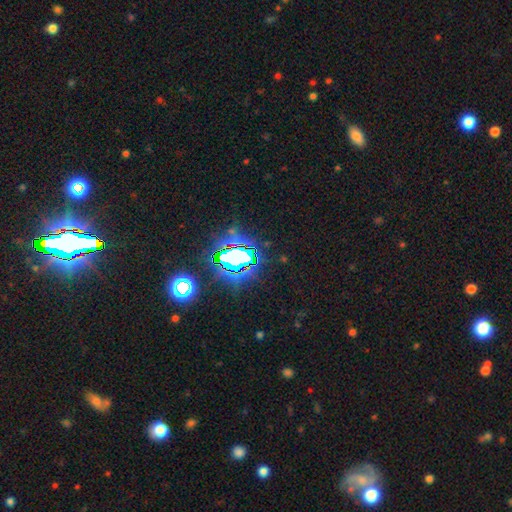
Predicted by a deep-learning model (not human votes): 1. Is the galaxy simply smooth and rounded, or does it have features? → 83% star or artifact, 10% smooth, 7% featured or disk.